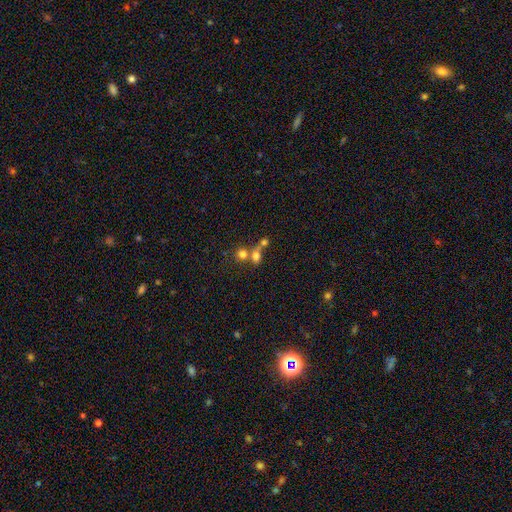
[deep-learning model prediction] smooth 71%, star or artifact 16%, featured or disk 13%. Down the decision tree: how rounded — round (67%); merging — merger (54%).